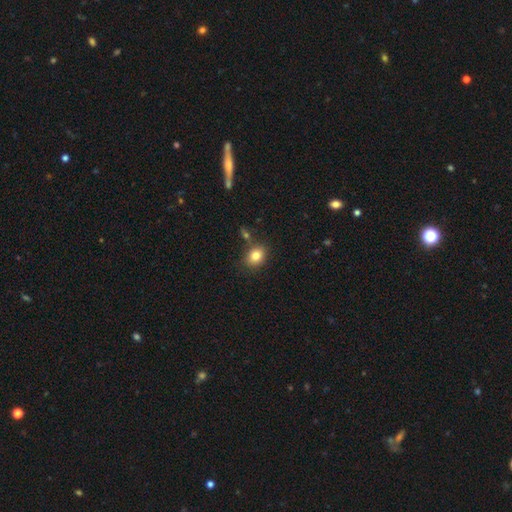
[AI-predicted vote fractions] This is clearly a smooth galaxy (81%). How rounded: possibly in between (52%). Merging: likely none (75%).